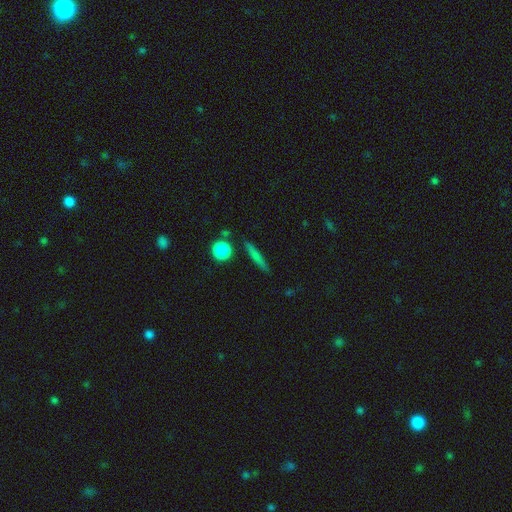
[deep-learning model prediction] This appears to be a smooth galaxy with no disk features (66%) that is cigar-shaped (85%). Merging: none (85%).